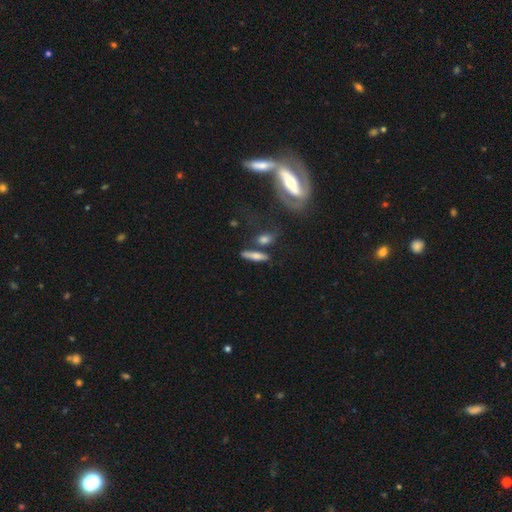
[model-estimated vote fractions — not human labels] smooth_or_featured: smooth (p=0.60) [alt: featured or disk p=0.32]
how_rounded: cigar-shaped (p=0.74) [alt: in between p=0.22]
merging: none (p=0.73) [alt: minor disturbance p=0.12]